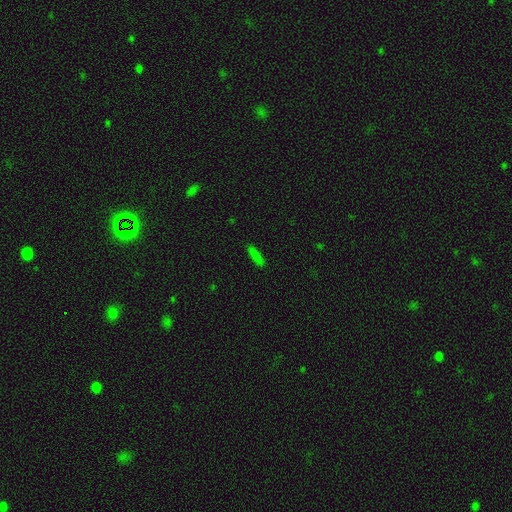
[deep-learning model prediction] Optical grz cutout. It shows a smooth galaxy with no disk features (81%) that is cigar-shaped (82%). Merging: none (88%).